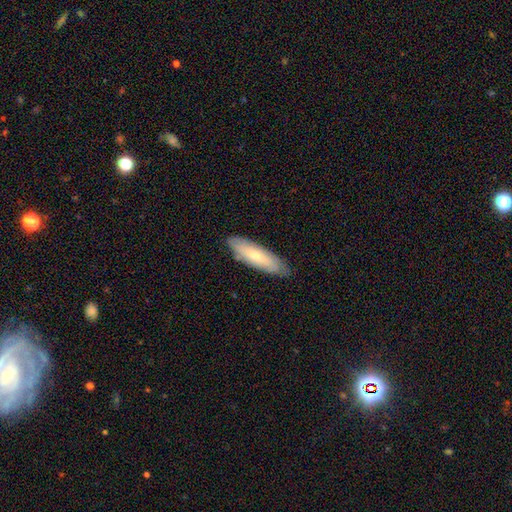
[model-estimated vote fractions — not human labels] smooth_or_featured: smooth (p=0.60) [alt: featured or disk p=0.34]
how_rounded: cigar-shaped (p=0.59) [alt: in between p=0.40]
merging: none (p=0.82) [alt: minor disturbance p=0.14]